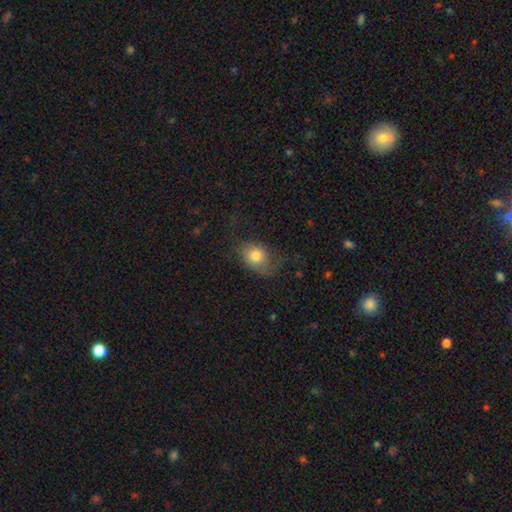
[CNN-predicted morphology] Overall: smooth (73%). How rounded: in between (57%; round 41%). Merging: none (43%; major disturbance 28%).